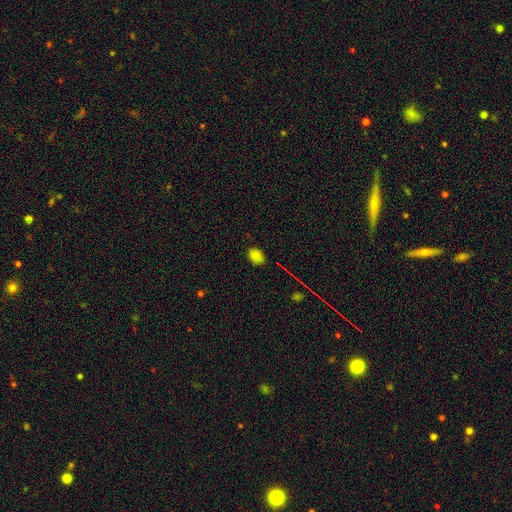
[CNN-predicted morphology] type=smooth (79%); roundness=in between (68%); merging=none (81%).